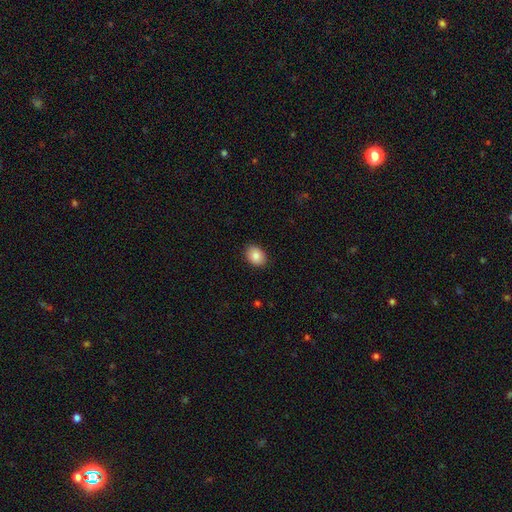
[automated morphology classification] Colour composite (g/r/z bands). It shows a smooth galaxy with no disk features (86%) that is in between round and cigar-shaped (68%). Merging: none (90%).